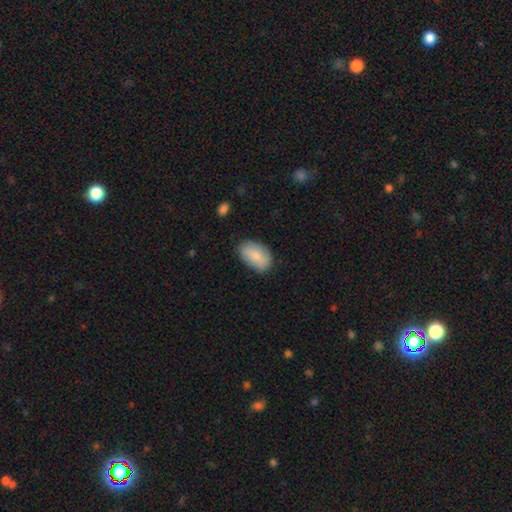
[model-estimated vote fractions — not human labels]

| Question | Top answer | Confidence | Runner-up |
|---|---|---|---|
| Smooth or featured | smooth | 82% | featured or disk (12%) |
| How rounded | in between | 91% | round (7%) |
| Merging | none | 80% | minor disturbance (15%) |